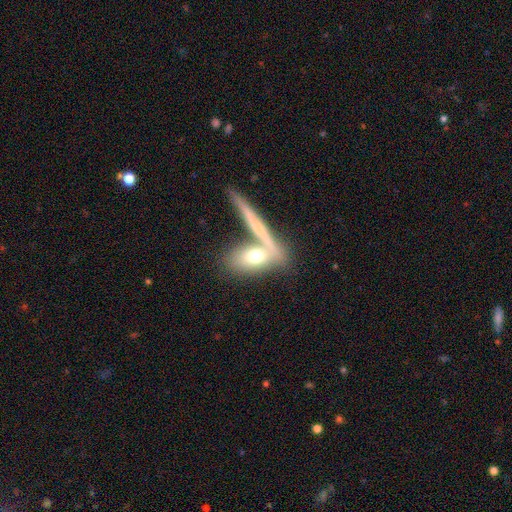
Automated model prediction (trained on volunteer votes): This appears to be a smooth galaxy with no disk features (63%) that is in between round and cigar-shaped (65%). Merging: none (46%).